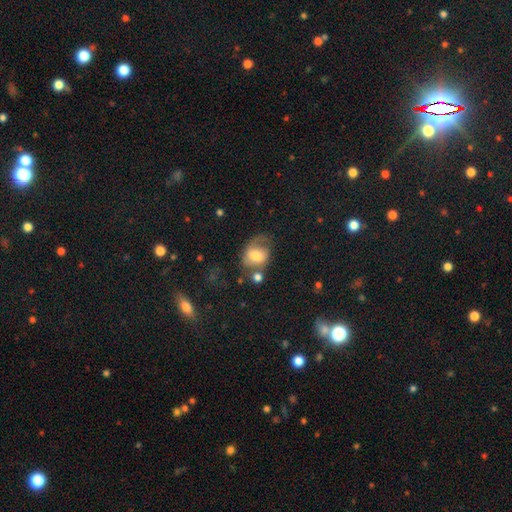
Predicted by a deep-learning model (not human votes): A smooth galaxy with no disk features (56%) that is in between round and cigar-shaped (61%).

Vote fractions:
- Smooth or featured? smooth: 56% / featured or disk: 34% / star or artifact: 9%
- How rounded? in between: 61% / round: 38% / cigar-shaped: 1%
- Merging? none: 36% / minor disturbance: 26% / major disturbance: 26% / merger: 12%